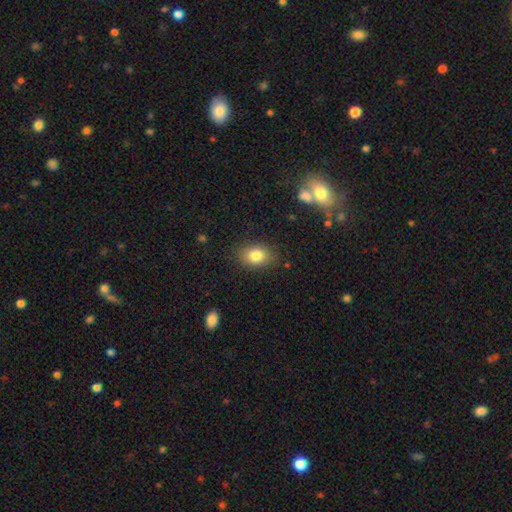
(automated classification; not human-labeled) A smooth galaxy with no disk features (81%) that is in between round and cigar-shaped (74%).

Vote fractions:
- Smooth or featured? smooth: 81% / star or artifact: 10% / featured or disk: 9%
- How rounded? in between: 74% / round: 24% / cigar-shaped: 1%
- Merging? none: 85% / minor disturbance: 11% / major disturbance: 3% / merger: 1%